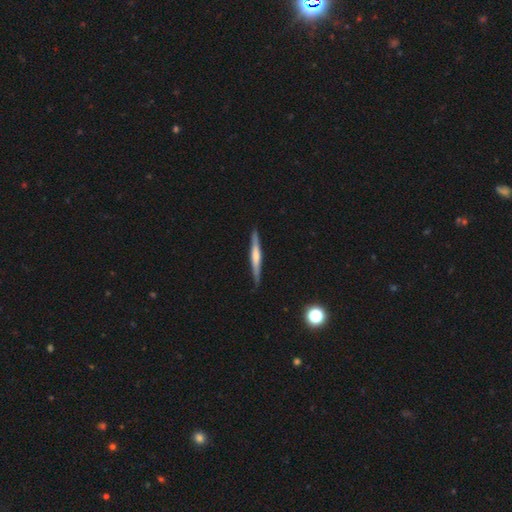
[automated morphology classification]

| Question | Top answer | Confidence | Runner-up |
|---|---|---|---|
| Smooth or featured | featured or disk | 64% | smooth (30%) |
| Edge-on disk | yes | 98% | no (2%) |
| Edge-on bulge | rounded | 63% | none (23%) |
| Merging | none | 90% | minor disturbance (8%) |